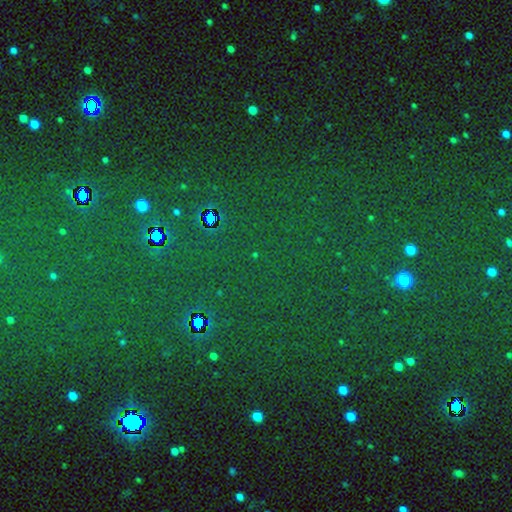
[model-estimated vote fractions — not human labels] A star or artifact, not a galaxy (79%).

Vote fractions:
- Smooth or featured? star or artifact: 79% / smooth: 13% / featured or disk: 8%